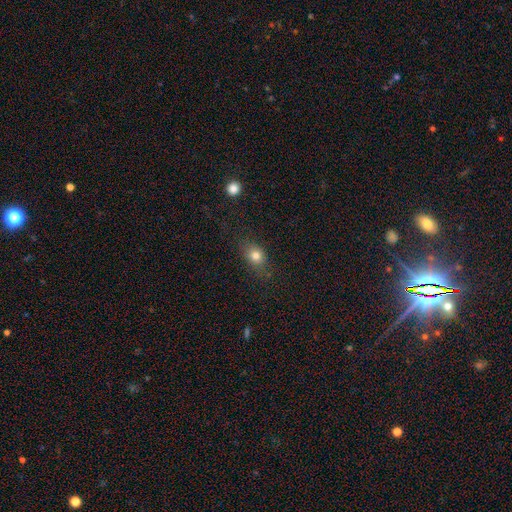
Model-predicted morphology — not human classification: Overall: smooth (77%). How rounded: in between (56%; round 41%). Merging: none (75%).